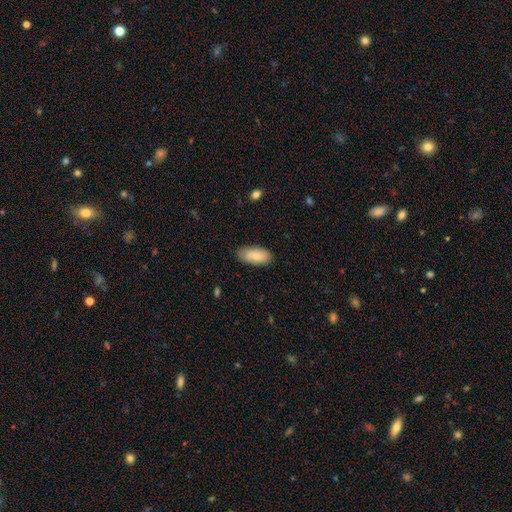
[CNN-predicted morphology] This appears to be a smooth galaxy with no disk features (81%) that is in between round and cigar-shaped (92%). Merging: none (81%).